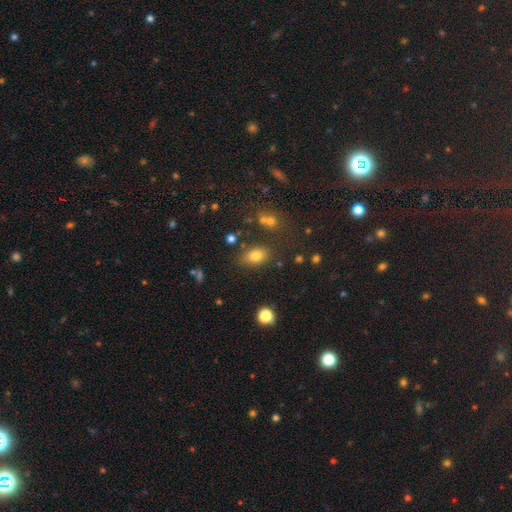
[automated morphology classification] A smooth galaxy with no disk features (77%) that is in between round and cigar-shaped (83%).

Vote fractions:
- Smooth or featured? smooth: 77% / star or artifact: 13% / featured or disk: 10%
- How rounded? in between: 83% / round: 15% / cigar-shaped: 2%
- Merging? none: 78% / minor disturbance: 13% / merger: 5% / major disturbance: 4%